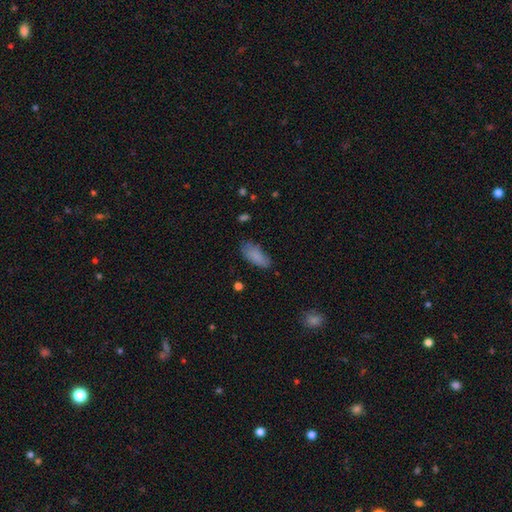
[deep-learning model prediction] smooth 85%, star or artifact 8%, featured or disk 7%. Down the decision tree: how rounded — in between (84%); merging — none (68%).